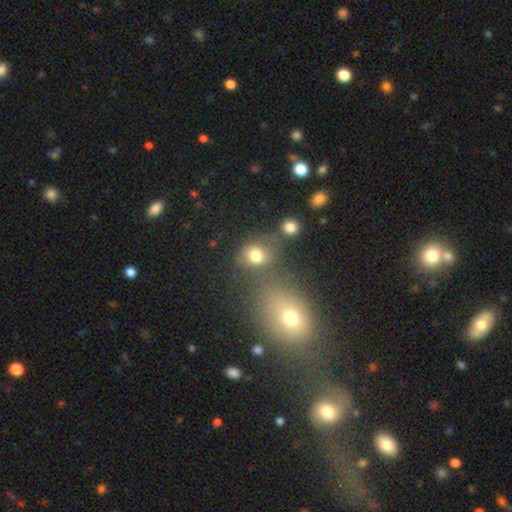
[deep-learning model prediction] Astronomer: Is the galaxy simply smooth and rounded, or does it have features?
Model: smooth — 75%.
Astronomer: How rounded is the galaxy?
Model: round — 65%.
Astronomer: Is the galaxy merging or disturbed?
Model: none — 51% (runner-up: merger, 26%).